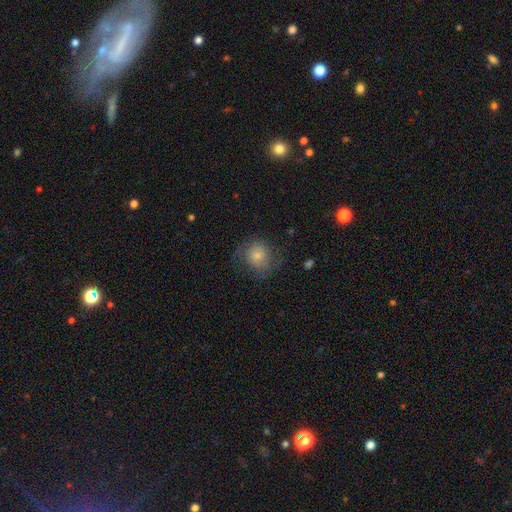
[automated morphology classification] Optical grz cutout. It shows a smooth galaxy with no disk features (55%) that is round (81%). Merging: none (64%).